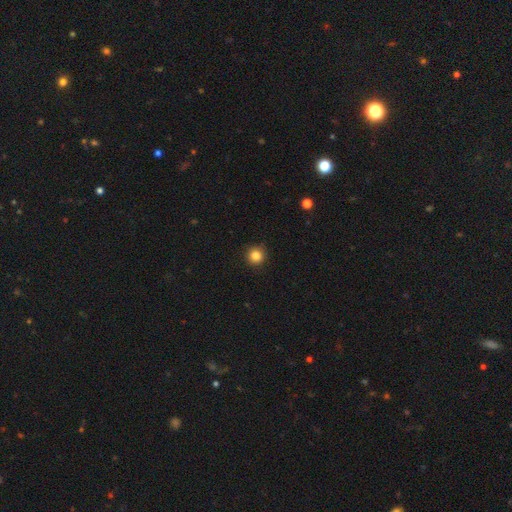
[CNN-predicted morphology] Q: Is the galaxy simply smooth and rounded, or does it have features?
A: smooth — 84%.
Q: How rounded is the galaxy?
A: round — 94%.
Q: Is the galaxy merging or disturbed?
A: none — 91%.